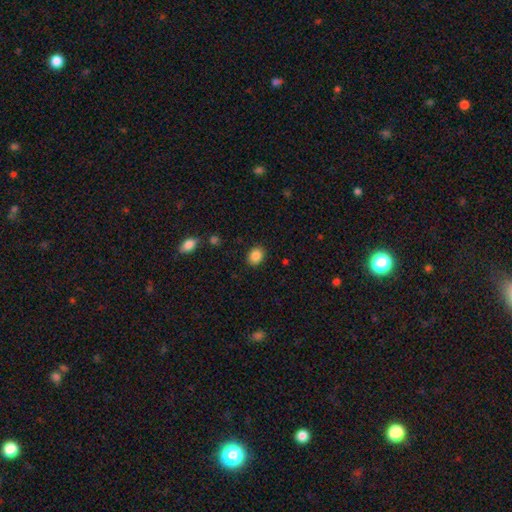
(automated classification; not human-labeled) Smooth or featured? Predicted: smooth (p=0.87). How rounded? Predicted: in between (p=0.54). Merging? Predicted: none (p=0.88).